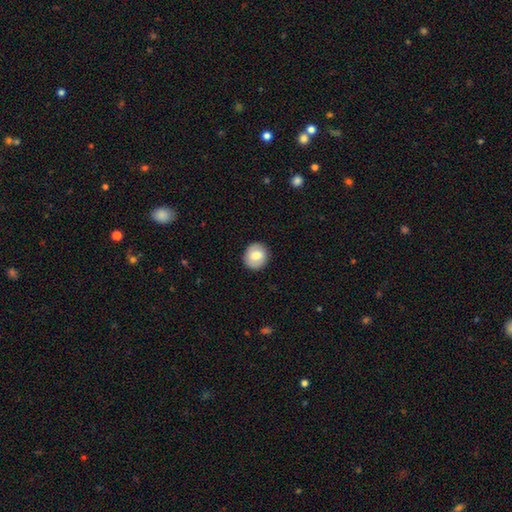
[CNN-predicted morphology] The model was most divided on "smooth or featured": smooth: 75%, featured or disk: 18%, star or artifact: 7%. More confident: merging — none (89%); how rounded — round (83%).